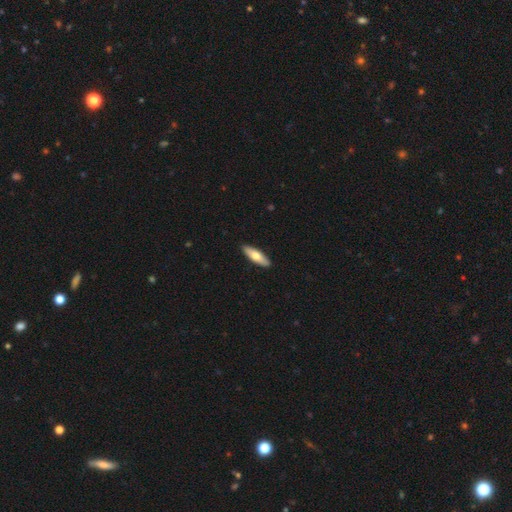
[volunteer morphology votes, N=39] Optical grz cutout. It shows a smooth galaxy with no disk features (62%) that is in between round and cigar-shaped (58%). Merging: none (86%).